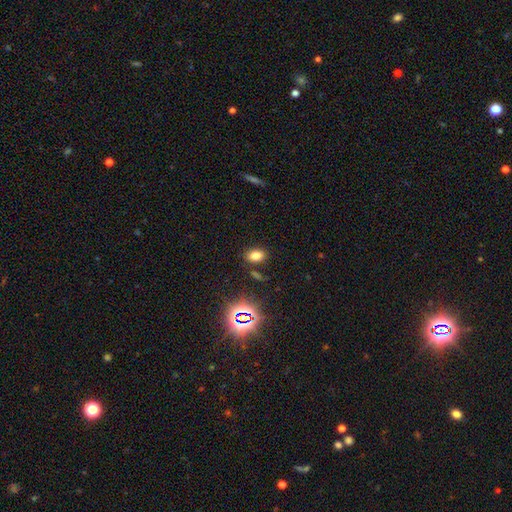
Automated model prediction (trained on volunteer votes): smooth_or_featured: smooth (p=0.72) [alt: star or artifact p=0.21]
how_rounded: in between (p=0.84) [alt: round p=0.14]
merging: none (p=0.82) [alt: minor disturbance p=0.10]